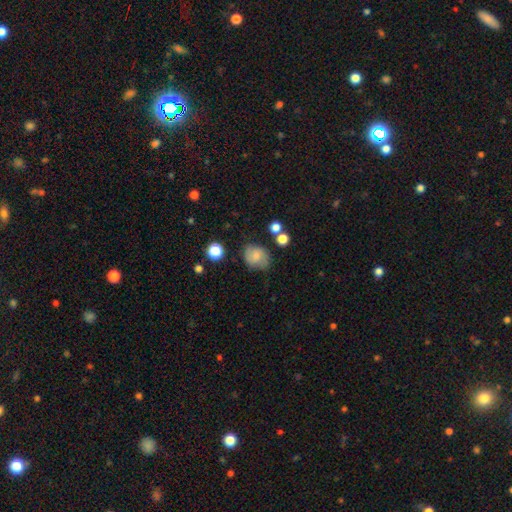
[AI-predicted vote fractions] smooth_or_featured: smooth (p=0.65) [alt: featured or disk p=0.25]
how_rounded: round (p=0.61) [alt: in between p=0.38]
merging: none (p=0.68) [alt: minor disturbance p=0.22]